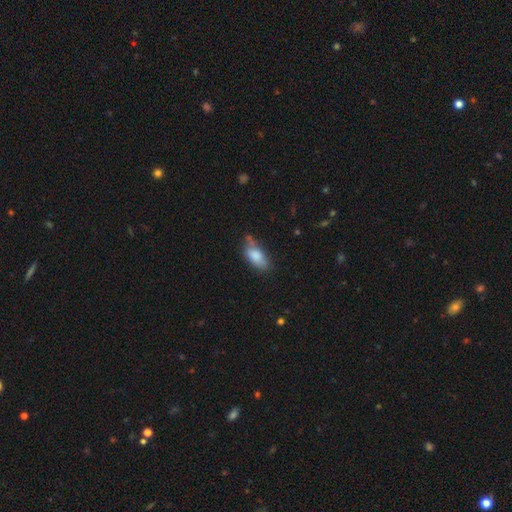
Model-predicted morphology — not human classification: This is clearly a smooth galaxy (82%). How rounded: clearly in between (87%). Merging: possibly none (54%).